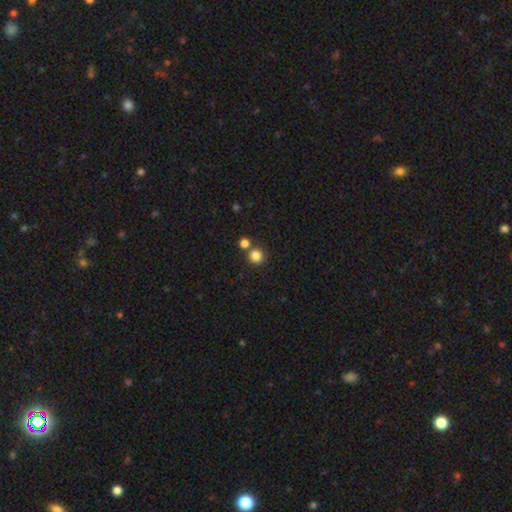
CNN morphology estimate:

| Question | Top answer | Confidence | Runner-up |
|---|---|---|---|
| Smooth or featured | smooth | 83% | star or artifact (12%) |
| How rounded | round | 93% | in between (6%) |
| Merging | none | 74% | merger (17%) |